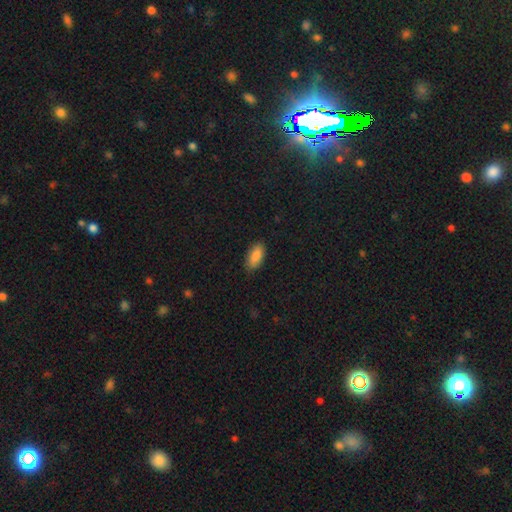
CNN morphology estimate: Smooth or featured: smooth — 87% (featured or disk — 7%)
How rounded: in between — 90% (cigar-shaped — 8%)
Merging: none — 85% (minor disturbance — 12%)